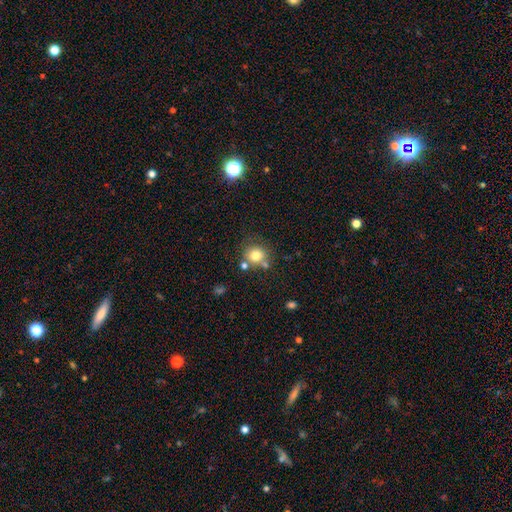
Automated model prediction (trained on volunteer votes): Overall: smooth (78%). How rounded: round (88%). Merging: none (66%).